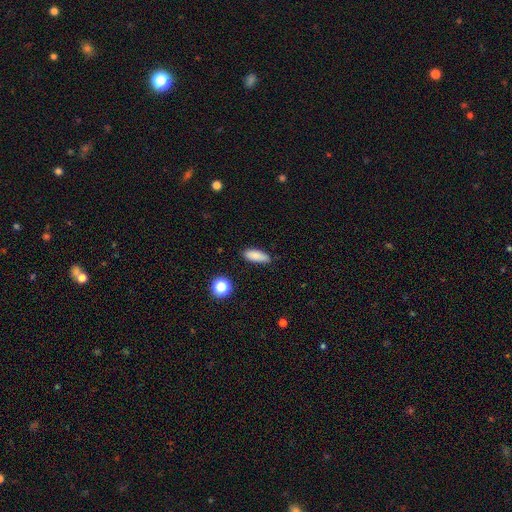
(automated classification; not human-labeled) A smooth galaxy with no disk features (85%) that is in between round and cigar-shaped (70%). Merging: none (83%).